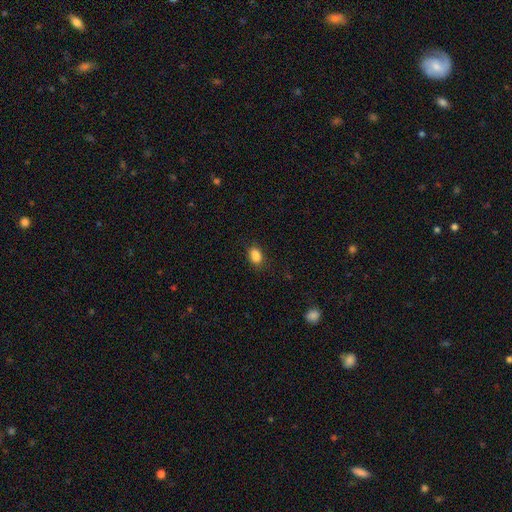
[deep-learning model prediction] Q: Smooth or featured?
A: smooth (86%); runner-up: star or artifact (10%)
Q: How rounded?
A: in between (82%); runner-up: round (16%)
Q: Merging?
A: none (82%); runner-up: minor disturbance (14%)